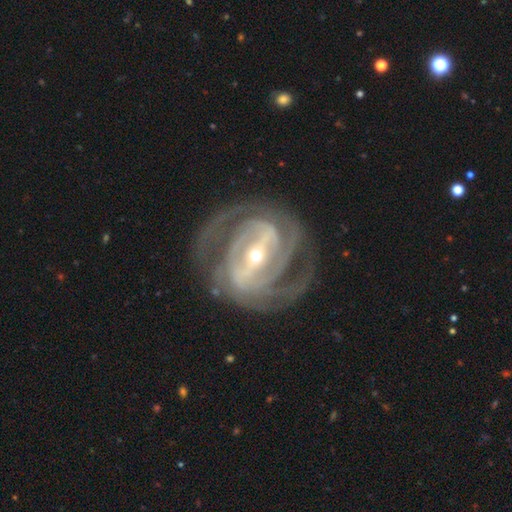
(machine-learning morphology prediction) smooth_or_featured: featured or disk (p=0.92) [alt: star or artifact p=0.04]
disk_edge_on: no (p=0.96) [alt: yes p=0.04]
bar: strong (p=0.66) [alt: weak p=0.23]
has_spiral_arms: yes (p=0.96) [alt: no p=0.04]
spiral_winding: tight (p=0.54) [alt: medium p=0.37]
spiral_arm_count: 2 (p=0.41) [alt: 3 p=0.24]
bulge_size: small (p=0.64) [alt: moderate p=0.32]
merging: none (p=0.71) [alt: minor disturbance p=0.15]